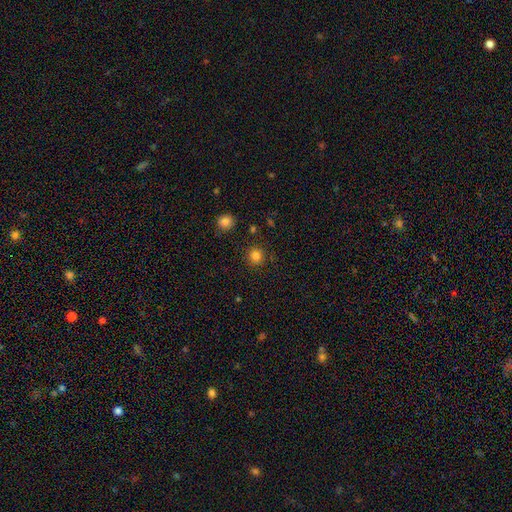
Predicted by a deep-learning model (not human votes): Smooth or featured? smooth (83%)
How rounded? round (92%)
Merging? none (89%)